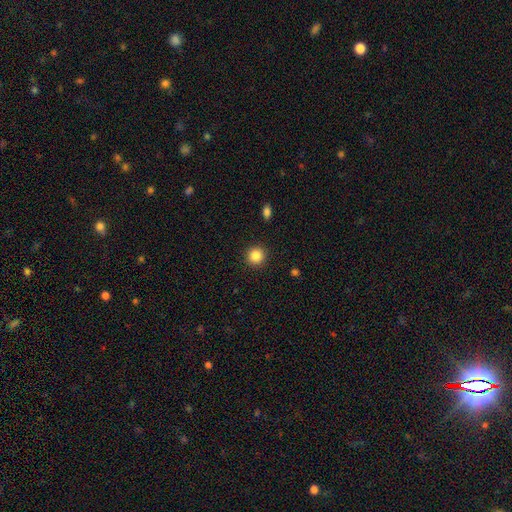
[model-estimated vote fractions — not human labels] Morphology: type=smooth (86%); roundness=round (93%); merging=none (91%).